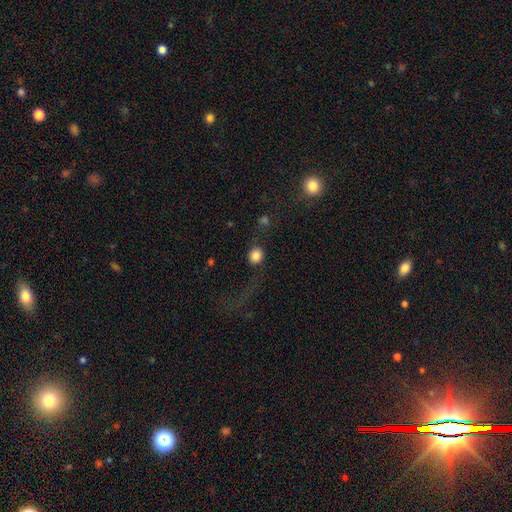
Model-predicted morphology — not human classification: Q: Smooth or featured?
A: smooth (80%); runner-up: star or artifact (10%)
Q: How rounded?
A: round (83%); runner-up: in between (15%)
Q: Merging?
A: none (56%); runner-up: major disturbance (22%)